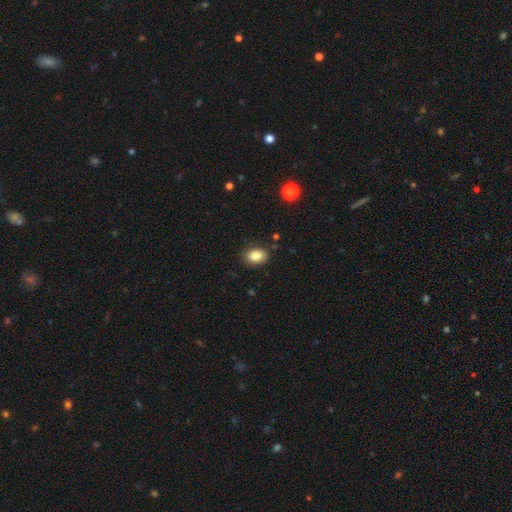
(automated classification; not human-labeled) Q: Smooth or featured?
A: smooth (86%); runner-up: star or artifact (9%)
Q: How rounded?
A: in between (72%); runner-up: round (27%)
Q: Merging?
A: none (85%); runner-up: minor disturbance (11%)